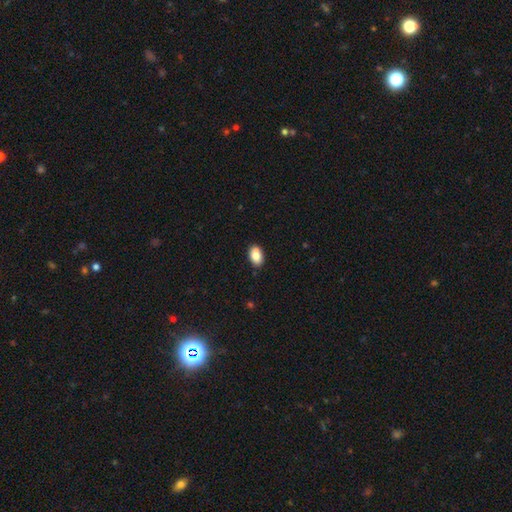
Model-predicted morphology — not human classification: This appears to be a smooth galaxy with no disk features (85%) that is in between round and cigar-shaped (91%). Merging: none (85%).